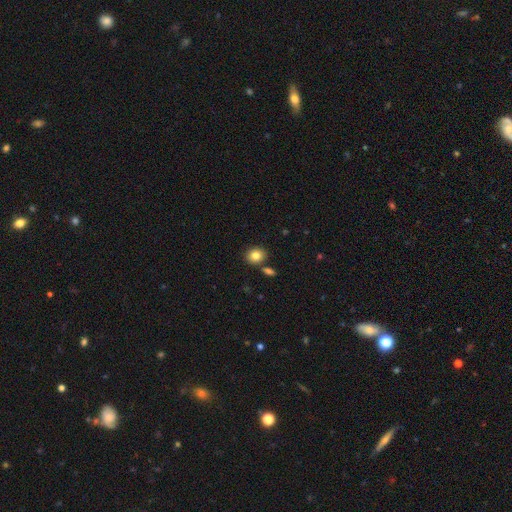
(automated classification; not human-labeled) A smooth galaxy with no disk features (82%) that is round (64%). Merging: none (79%).